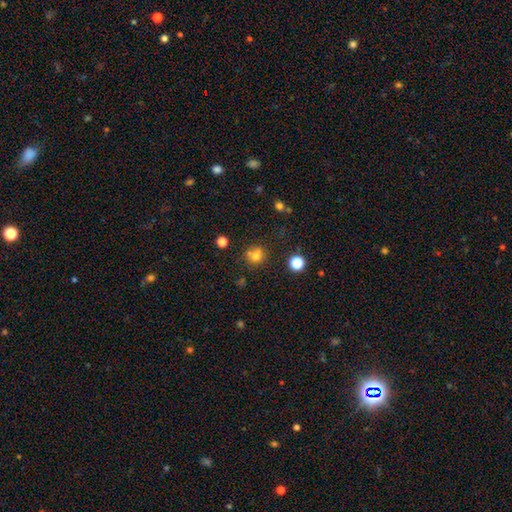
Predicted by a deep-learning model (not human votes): The model was most divided on "merging": none: 61%, merger: 20%, minor disturbance: 14%, major disturbance: 5%. More confident: how rounded — round (83%); smooth or featured — smooth (71%).